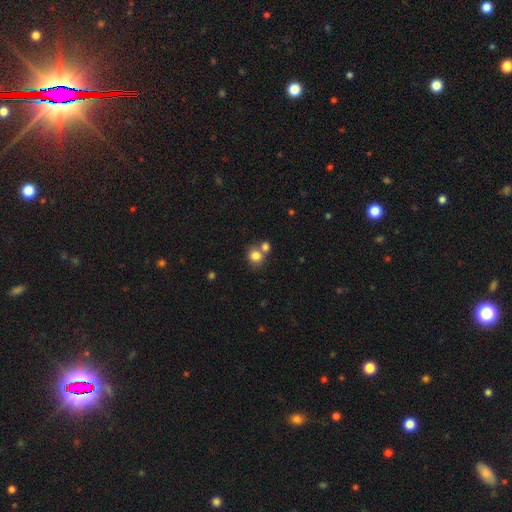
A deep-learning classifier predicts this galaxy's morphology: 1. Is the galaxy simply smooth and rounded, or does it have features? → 82% smooth, 10% star or artifact, 8% featured or disk.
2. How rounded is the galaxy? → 76% round, 24% in between, 1% cigar-shaped.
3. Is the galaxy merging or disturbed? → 49% none, 39% merger, 9% minor disturbance, 3% major disturbance.